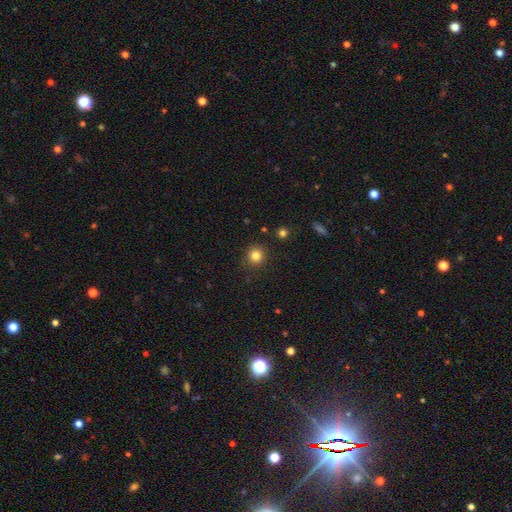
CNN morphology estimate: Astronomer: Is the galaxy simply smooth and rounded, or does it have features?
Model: smooth — 82%.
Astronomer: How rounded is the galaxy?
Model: round — 92%.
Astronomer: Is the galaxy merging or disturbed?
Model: none — 90%.